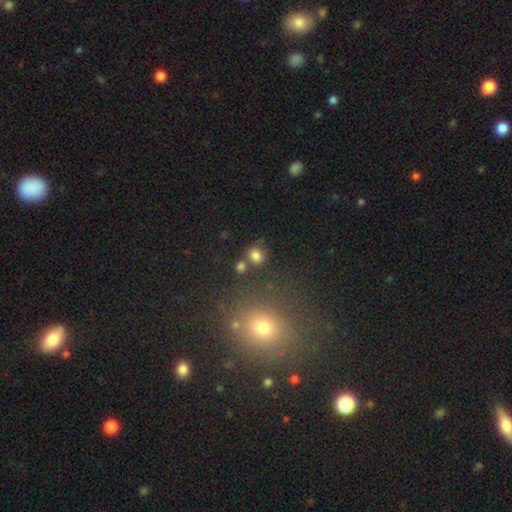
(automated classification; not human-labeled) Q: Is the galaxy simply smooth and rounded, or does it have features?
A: smooth — 79%.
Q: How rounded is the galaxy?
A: round — 84%.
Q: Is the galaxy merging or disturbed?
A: none — 72%.